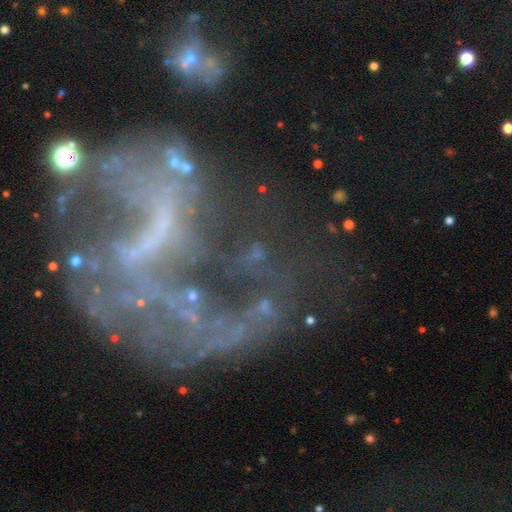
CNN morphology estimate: Smooth or featured? featured or disk (39%)
Merging? none (52%)